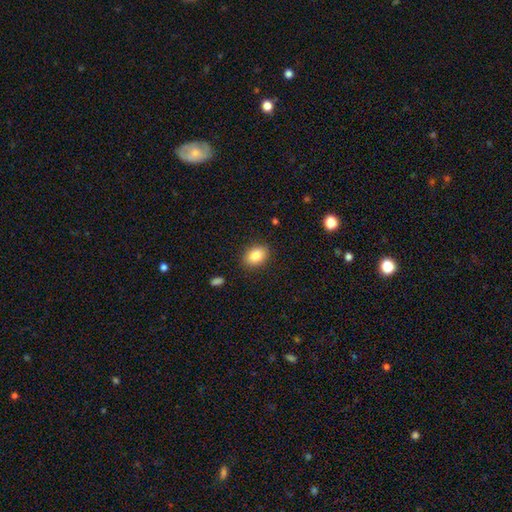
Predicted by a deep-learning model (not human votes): smooth_or_featured: smooth (p=0.85) [alt: star or artifact p=0.08]
how_rounded: in between (p=0.73) [alt: round p=0.26]
merging: none (p=0.86) [alt: minor disturbance p=0.10]